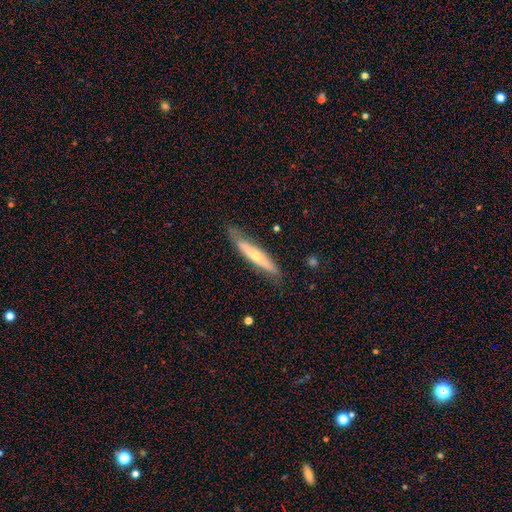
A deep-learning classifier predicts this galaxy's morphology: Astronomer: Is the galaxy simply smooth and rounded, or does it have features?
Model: featured or disk — 52% (runner-up: smooth, 43%).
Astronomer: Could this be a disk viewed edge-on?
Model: yes — 78%.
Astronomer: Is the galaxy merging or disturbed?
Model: none — 77%.